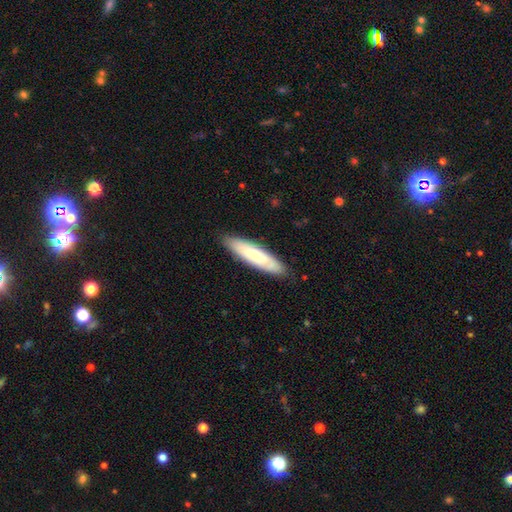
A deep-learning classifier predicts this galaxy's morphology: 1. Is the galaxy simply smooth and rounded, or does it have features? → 73% smooth, 21% featured or disk, 5% star or artifact.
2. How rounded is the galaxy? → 74% cigar-shaped, 25% in between, 1% round.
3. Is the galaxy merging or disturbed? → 87% none, 10% minor disturbance, 2% major disturbance, 1% merger.